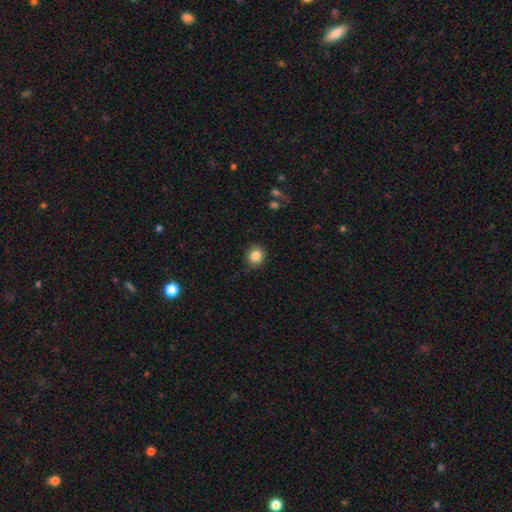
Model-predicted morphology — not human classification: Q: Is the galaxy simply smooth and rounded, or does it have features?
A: smooth — 85%.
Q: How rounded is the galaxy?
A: round — 86%.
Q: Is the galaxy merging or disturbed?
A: none — 88%.